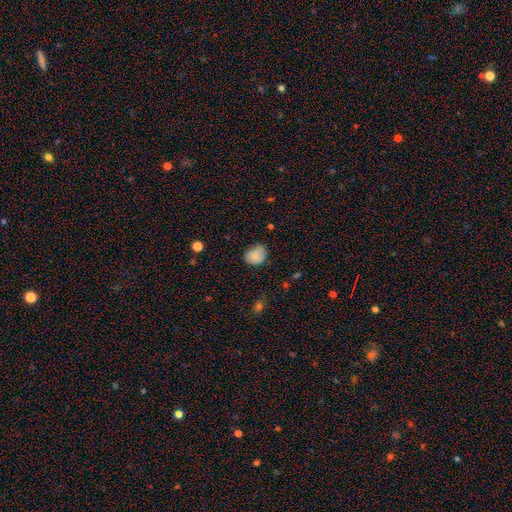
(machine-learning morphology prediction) Smooth or featured? smooth (84%)
How rounded? round (50%)
Merging? none (71%)